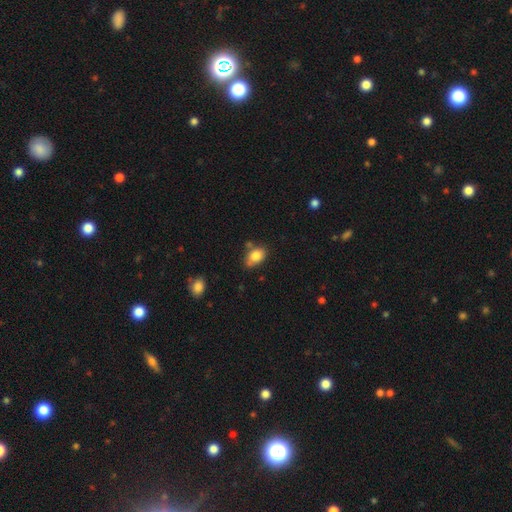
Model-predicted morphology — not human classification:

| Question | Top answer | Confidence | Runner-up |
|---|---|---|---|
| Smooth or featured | smooth | 83% | star or artifact (9%) |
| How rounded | in between | 78% | round (20%) |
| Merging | none | 58% | minor disturbance (25%) |